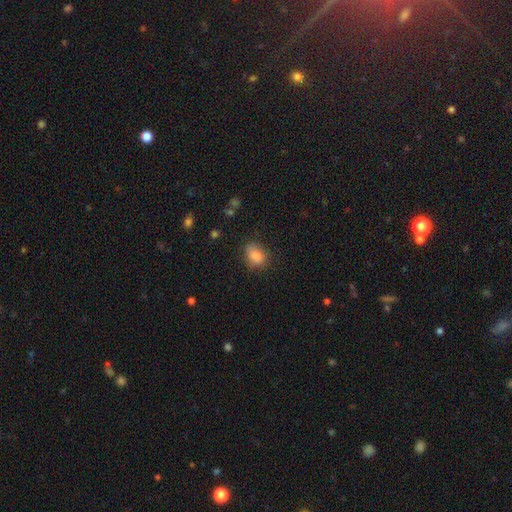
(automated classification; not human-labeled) Smooth or featured? smooth (86%)
How rounded? in between (72%)
Merging? none (70%)